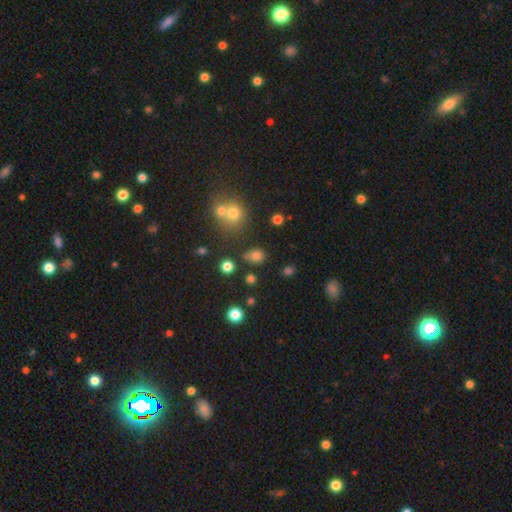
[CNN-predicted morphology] smooth_or_featured: smooth (p=0.74) [alt: star or artifact p=0.18]
how_rounded: round (p=0.53) [alt: in between p=0.46]
merging: none (p=0.63) [alt: minor disturbance p=0.19]